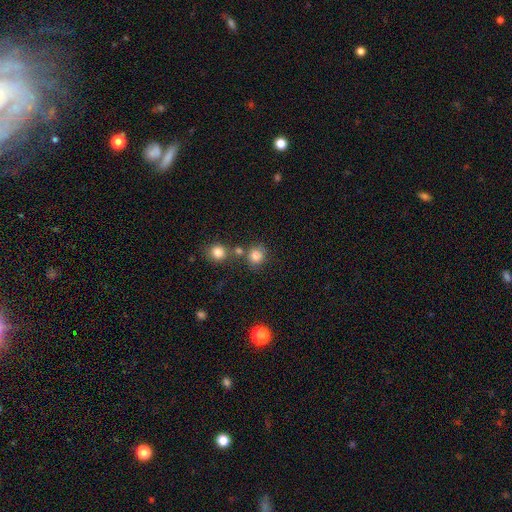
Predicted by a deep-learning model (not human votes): A smooth galaxy with no disk features (81%) that is round (86%). Merging: none (67%).